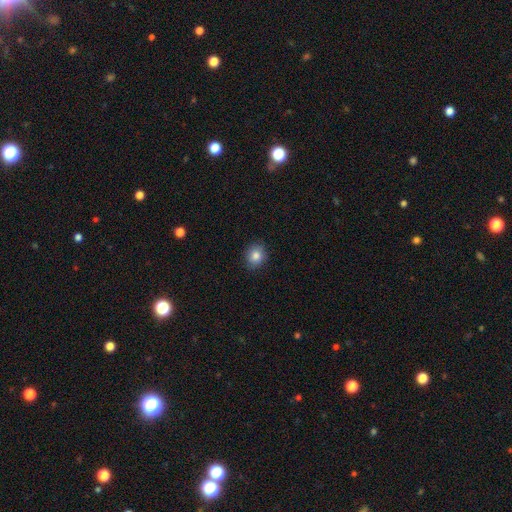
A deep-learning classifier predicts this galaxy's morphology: Q: Smooth or featured?
A: smooth (84%); runner-up: star or artifact (10%)
Q: How rounded?
A: round (68%); runner-up: in between (31%)
Q: Merging?
A: none (88%); runner-up: minor disturbance (9%)